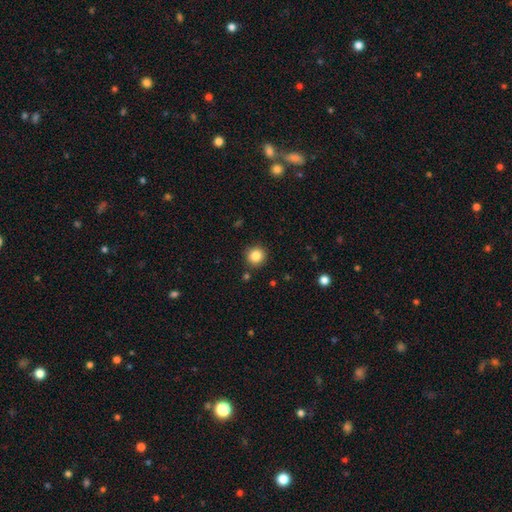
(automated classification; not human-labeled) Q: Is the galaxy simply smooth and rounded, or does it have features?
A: smooth — 85%.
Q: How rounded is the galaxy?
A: round — 93%.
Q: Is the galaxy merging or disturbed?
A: none — 89%.